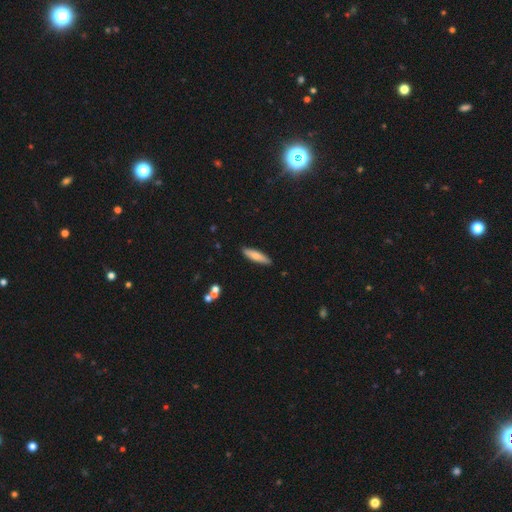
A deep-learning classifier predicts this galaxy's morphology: This is likely a smooth galaxy (72%). How rounded: likely cigar-shaped (73%). Merging: clearly none (88%).